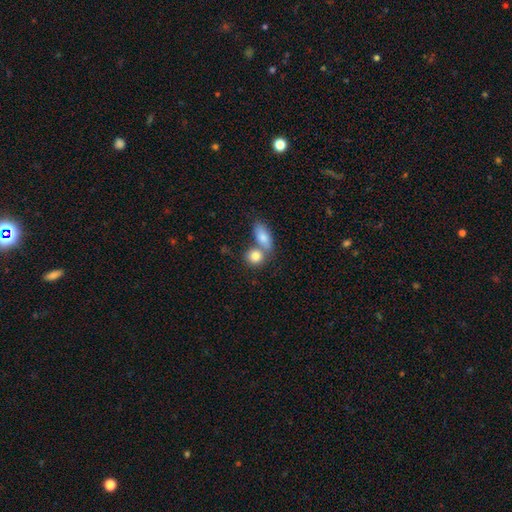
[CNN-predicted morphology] A smooth galaxy with no disk features (82%) that is round (58%).

Vote fractions:
- Smooth or featured? smooth: 82% / featured or disk: 11% / star or artifact: 7%
- How rounded? round: 58% / in between: 38% / cigar-shaped: 3%
- Merging? merger: 48% / none: 42% / minor disturbance: 8% / major disturbance: 3%